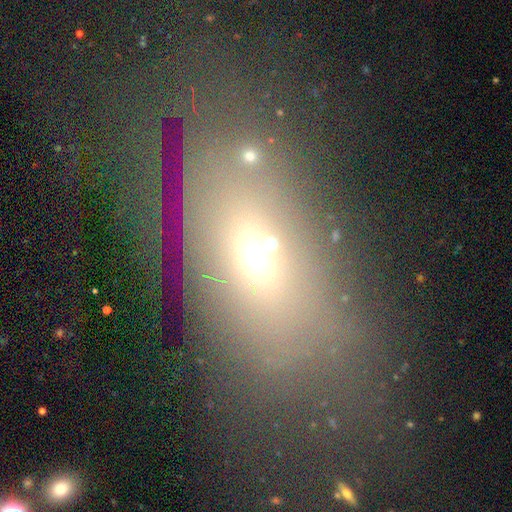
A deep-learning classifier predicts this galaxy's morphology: type=smooth (40%, tied with featured or disk); merging=none (61%).